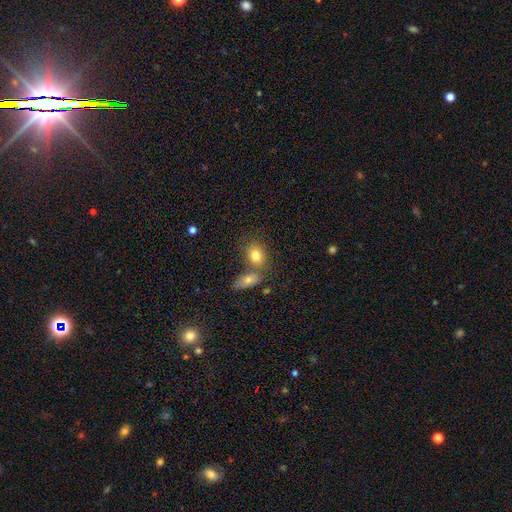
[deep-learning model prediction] The model was most divided on "merging": none: 53%, merger: 32%, minor disturbance: 11%, major disturbance: 4%. More confident: smooth or featured — smooth (80%); how rounded — in between (60%).